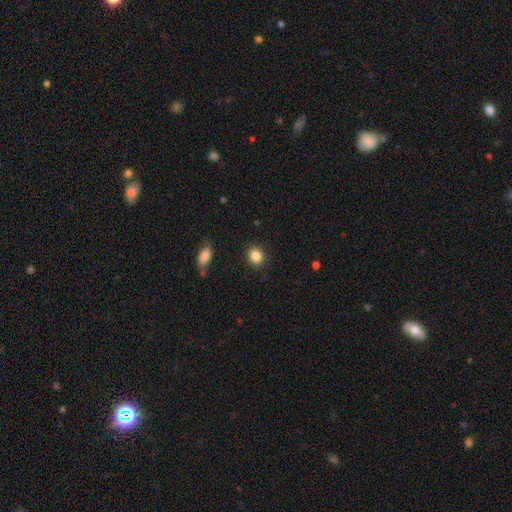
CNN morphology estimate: smooth-or-featured: smooth: 86% | star or artifact: 9% | featured or disk: 5%
  how-rounded: round: 75% | in between: 24% | cigar-shaped: 1%
  merging: none: 89% | minor disturbance: 7% | major disturbance: 2% | merger: 1%